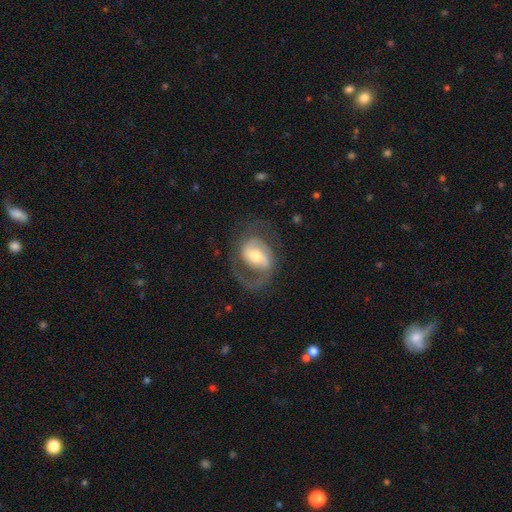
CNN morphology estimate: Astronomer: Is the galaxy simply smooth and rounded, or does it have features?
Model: featured or disk — 81%.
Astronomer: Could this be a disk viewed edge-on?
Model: no — 97%.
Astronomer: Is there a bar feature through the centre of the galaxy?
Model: weak — 45% (runner-up: strong, 29%).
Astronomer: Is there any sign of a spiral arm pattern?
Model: yes — 91%.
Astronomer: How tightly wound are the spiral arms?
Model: medium — 51% (runner-up: loose, 27%).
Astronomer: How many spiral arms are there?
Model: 2 — 70%.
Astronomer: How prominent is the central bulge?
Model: moderate — 63%.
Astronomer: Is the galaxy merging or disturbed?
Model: none — 62%.